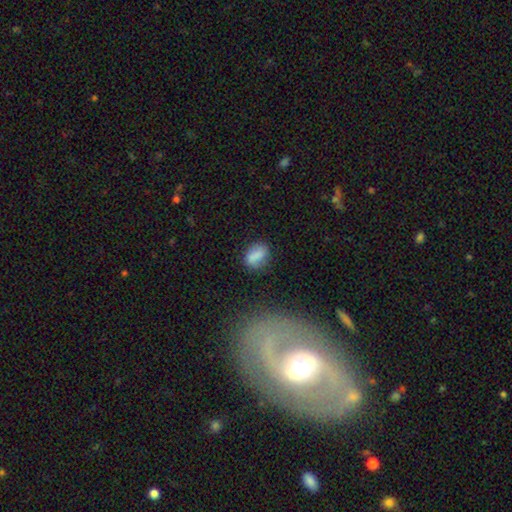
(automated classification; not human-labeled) A smooth galaxy with no disk features (82%) that is in between round and cigar-shaped (79%). Merging: none (74%).